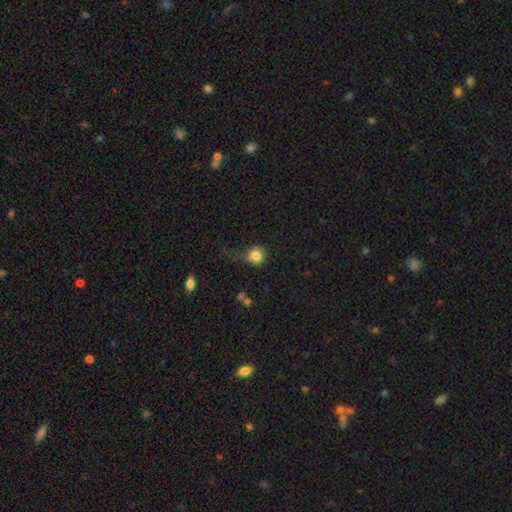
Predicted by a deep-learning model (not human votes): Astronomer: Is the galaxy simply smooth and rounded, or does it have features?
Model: smooth — 81%.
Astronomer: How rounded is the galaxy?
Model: round — 87%.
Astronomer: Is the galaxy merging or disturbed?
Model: none — 48% (runner-up: minor disturbance, 27%).